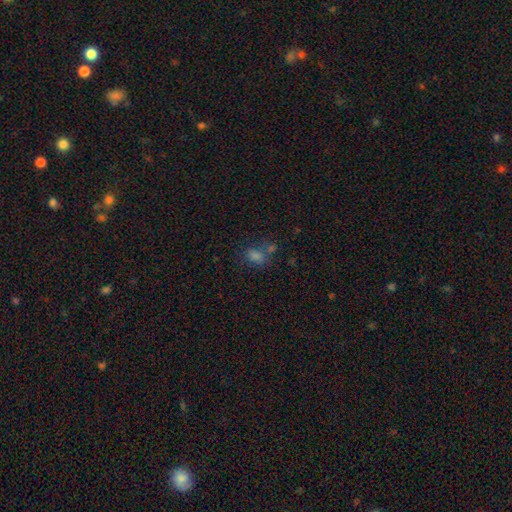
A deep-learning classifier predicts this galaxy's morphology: type=smooth (65%); roundness=in between (71%); merging=none (55%).